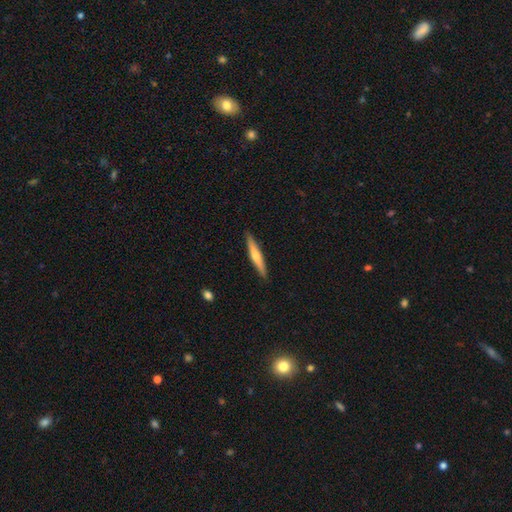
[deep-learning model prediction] featured or disk 52%, smooth 42%, star or artifact 6%. Down the decision tree: edge-on disk — yes (95%); merging — none (91%).